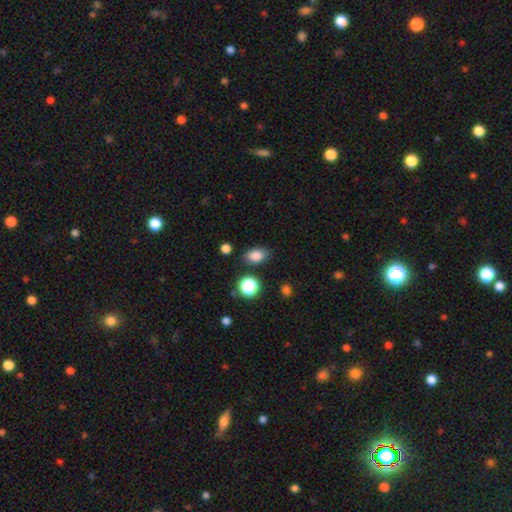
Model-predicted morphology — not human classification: type=smooth (83%); roundness=in between (79%); merging=none (81%).